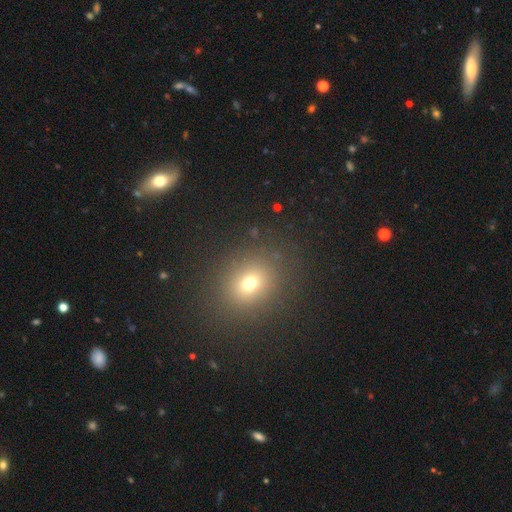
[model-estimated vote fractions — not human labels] smooth 61%, star or artifact 30%, featured or disk 9%. Down the decision tree: how rounded — round (64%); merging — none (91%).